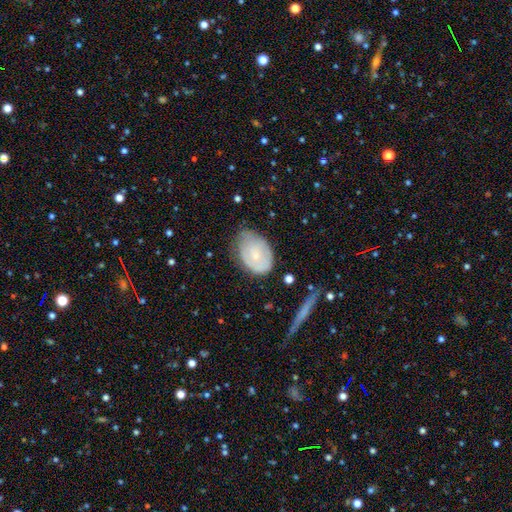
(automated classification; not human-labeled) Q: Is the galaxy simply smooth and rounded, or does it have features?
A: smooth — 52%.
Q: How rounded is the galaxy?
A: in between — 81%.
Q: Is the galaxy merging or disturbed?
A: none — 53%.